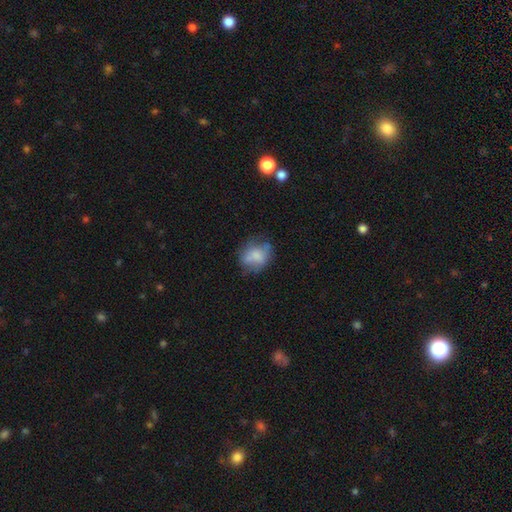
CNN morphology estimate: smooth 65%, featured or disk 26%, star or artifact 9%. Down the decision tree: how rounded — round (54%); merging — none (52%).